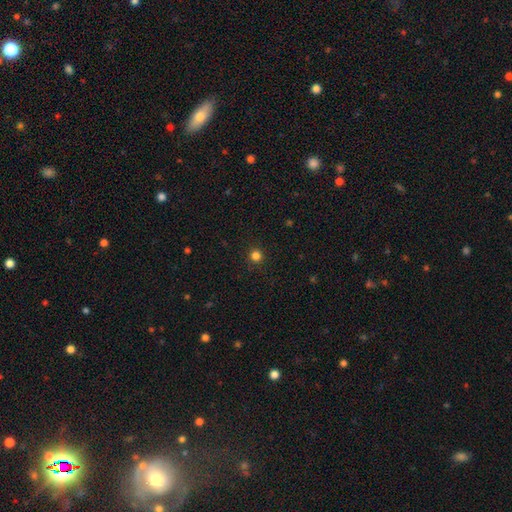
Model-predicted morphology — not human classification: A smooth galaxy with no disk features (81%) that is round (95%). Merging: none (91%).